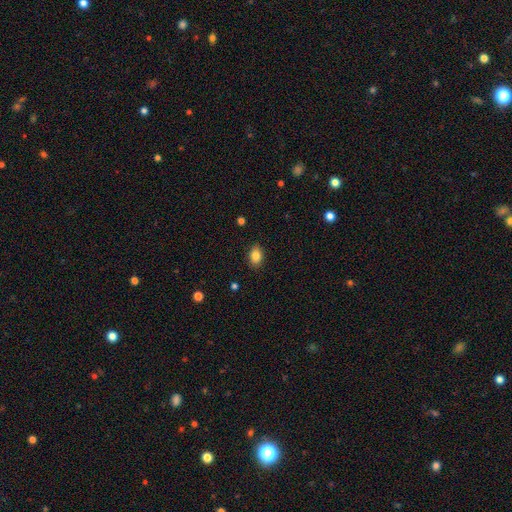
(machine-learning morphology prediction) smooth 85%, star or artifact 9%, featured or disk 6%. Down the decision tree: how rounded — in between (81%); merging — none (88%).